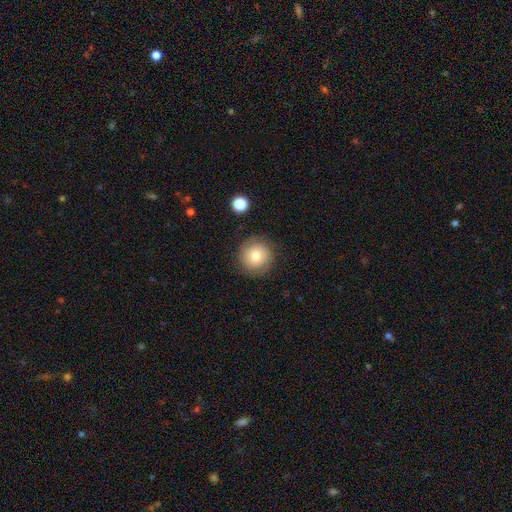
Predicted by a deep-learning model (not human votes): smooth 79%, featured or disk 12%, star or artifact 9%. Down the decision tree: how rounded — round (94%); merging — none (86%).